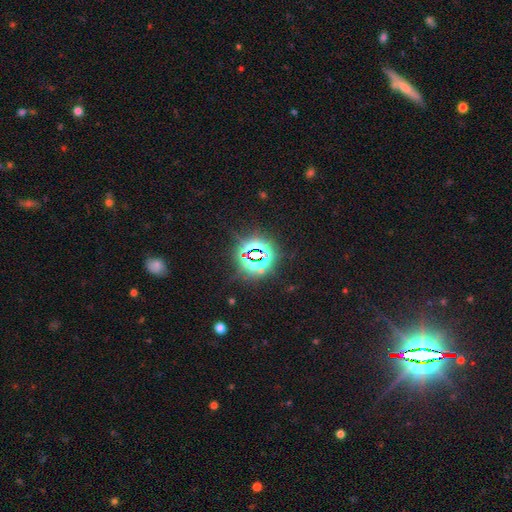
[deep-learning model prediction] The model was most divided on "smooth or featured": star or artifact: 81%, smooth: 12%, featured or disk: 8%.